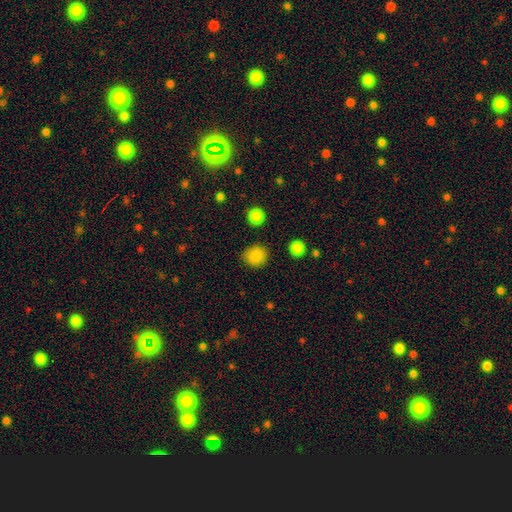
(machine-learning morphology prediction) This is clearly a smooth galaxy (86%). How rounded: clearly round (88%). Merging: clearly none (87%).